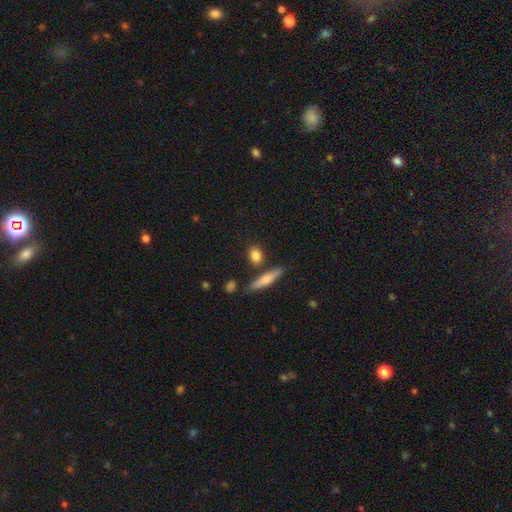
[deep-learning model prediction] Smooth or featured? smooth (81%)
How rounded? in between (43%)
Merging? none (77%)